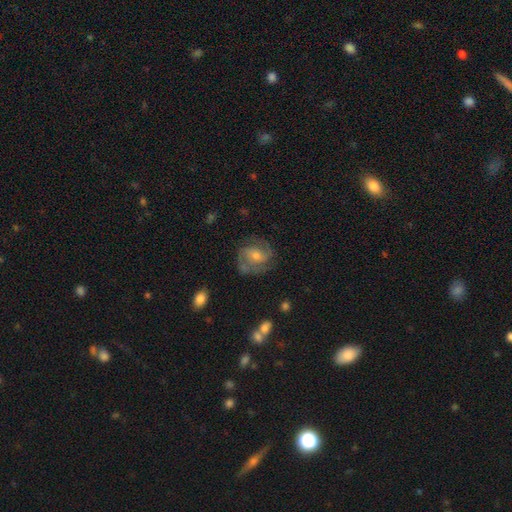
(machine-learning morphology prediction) This is likely a featured or disk galaxy (78%). It is clearly not viewed edge-on (98%). Bar: possibly no (50%). Spiral arm pattern: clearly yes (94%). Spiral arm count: possibly 2 (57%). Spiral winding: possibly medium (47%). Central bulge: possibly moderate (52%). Merging: likely none (73%).